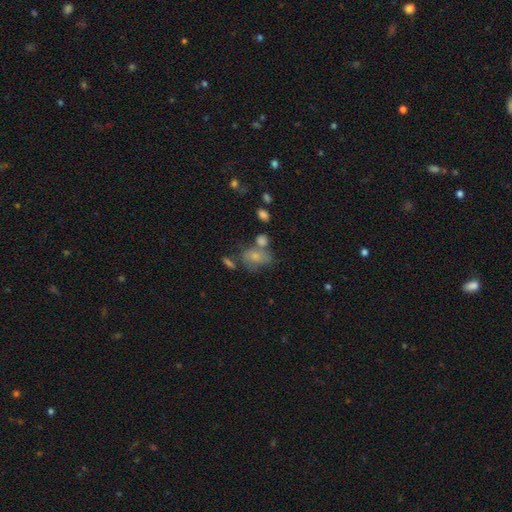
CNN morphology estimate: A smooth galaxy with no disk features (56%) that is in between round and cigar-shaped (73%).

Vote fractions:
- Smooth or featured? smooth: 56% / featured or disk: 30% / star or artifact: 14%
- How rounded? in between: 73% / round: 25% / cigar-shaped: 3%
- Merging? none: 39% / merger: 24% / minor disturbance: 22% / major disturbance: 15%